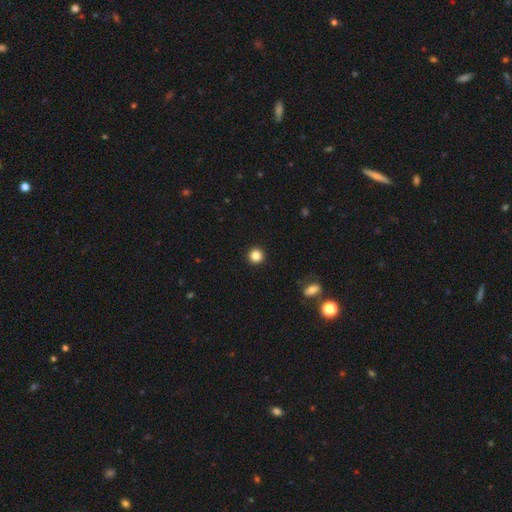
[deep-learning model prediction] smooth-or-featured: smooth: 84% | star or artifact: 12% | featured or disk: 4%
  how-rounded: round: 96% | in between: 3% | cigar-shaped: 1%
  merging: none: 94% | minor disturbance: 4% | major disturbance: 1% | merger: 1%